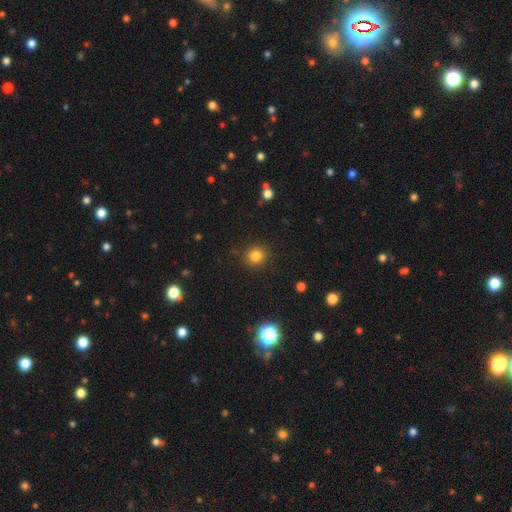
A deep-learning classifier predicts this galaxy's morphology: The model was most divided on "smooth or featured": smooth: 82%, star or artifact: 13%, featured or disk: 5%. More confident: merging — none (89%); how rounded — round (88%).